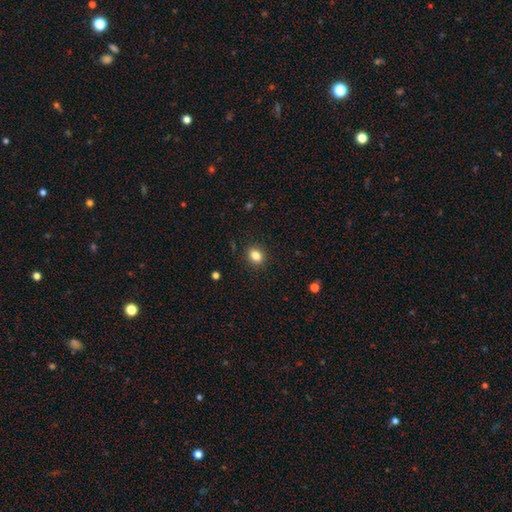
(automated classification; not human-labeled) Smooth or featured? smooth (83%)
How rounded? in between (53%)
Merging? none (89%)